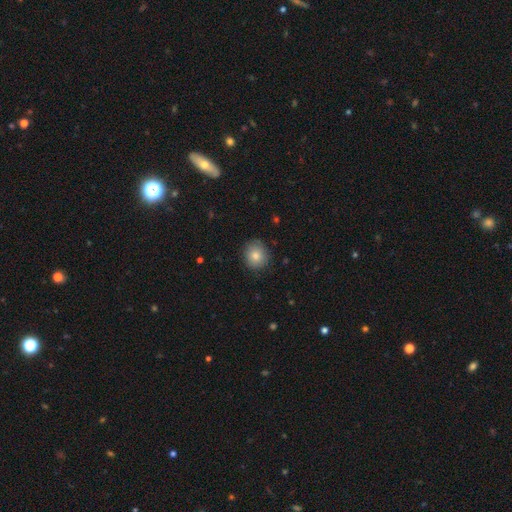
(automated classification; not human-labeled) Overall: smooth (82%). How rounded: round (81%). Merging: none (86%).